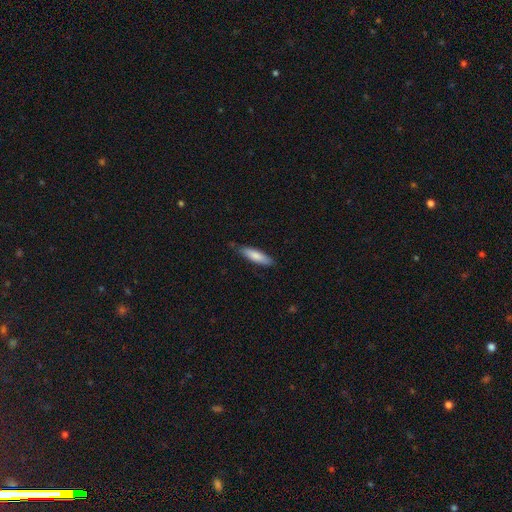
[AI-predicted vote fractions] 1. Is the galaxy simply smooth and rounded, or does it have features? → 80% smooth, 15% featured or disk, 6% star or artifact.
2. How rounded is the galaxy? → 68% cigar-shaped, 30% in between, 1% round.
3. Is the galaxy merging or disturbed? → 79% none, 17% minor disturbance, 3% major disturbance, 2% merger.